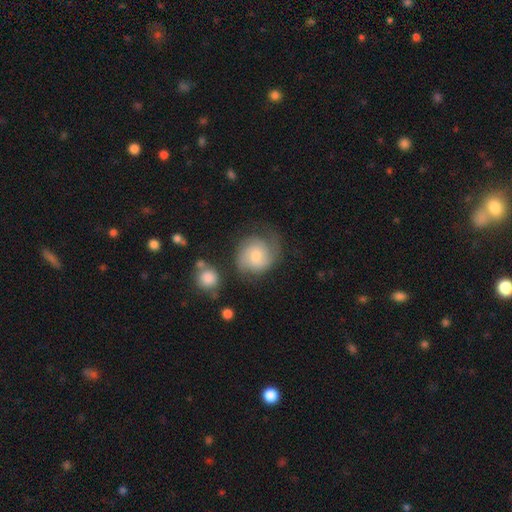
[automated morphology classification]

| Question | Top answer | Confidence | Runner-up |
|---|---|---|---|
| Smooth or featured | featured or disk | 59% | smooth (34%) |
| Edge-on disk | no | 98% | yes (2%) |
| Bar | no | 68% | weak (28%) |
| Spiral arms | yes | 90% | no (10%) |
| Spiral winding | tight | 43% | medium (40%) |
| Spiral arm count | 2 | 49% | can't tell (22%) |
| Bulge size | moderate | 47% | small (45%) |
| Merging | none | 57% | minor disturbance (23%) |